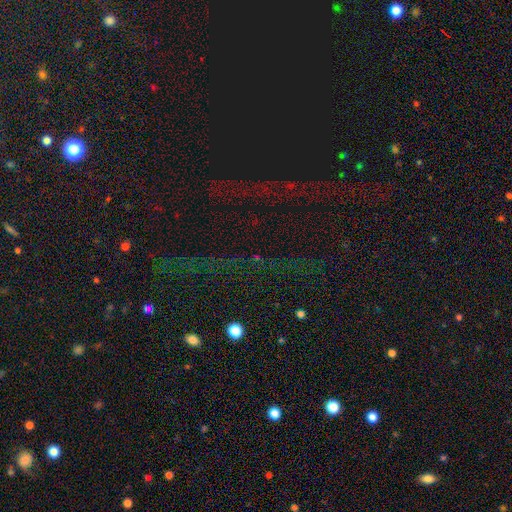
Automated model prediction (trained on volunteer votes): smooth-or-featured: star or artifact: 79% | smooth: 11% | featured or disk: 9%